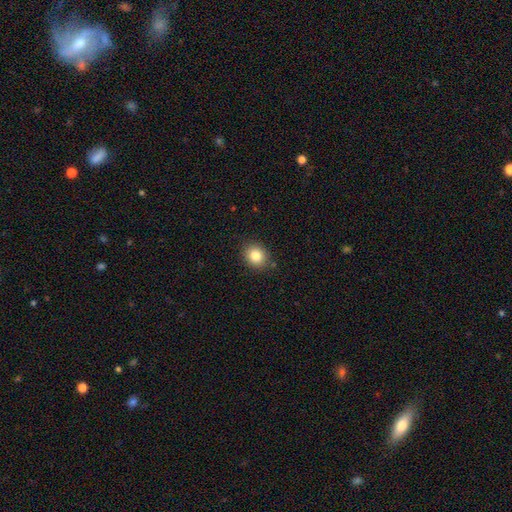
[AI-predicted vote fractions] smooth-or-featured: smooth: 83% | star or artifact: 10% | featured or disk: 7%
  how-rounded: round: 67% | in between: 32% | cigar-shaped: 1%
  merging: none: 87% | minor disturbance: 9% | major disturbance: 2% | merger: 2%